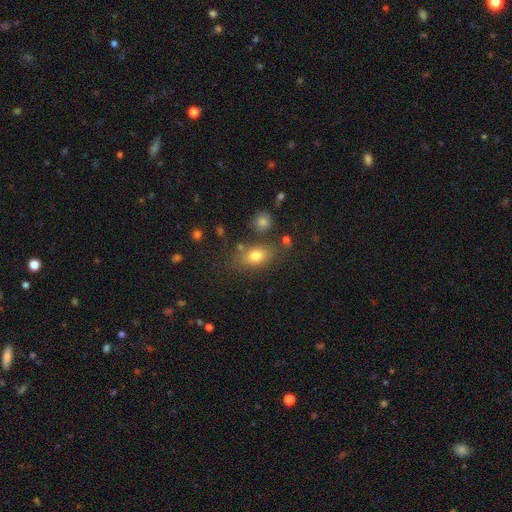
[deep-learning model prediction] This is likely a smooth galaxy (76%). How rounded: likely in between (79%). Merging: likely none (74%).